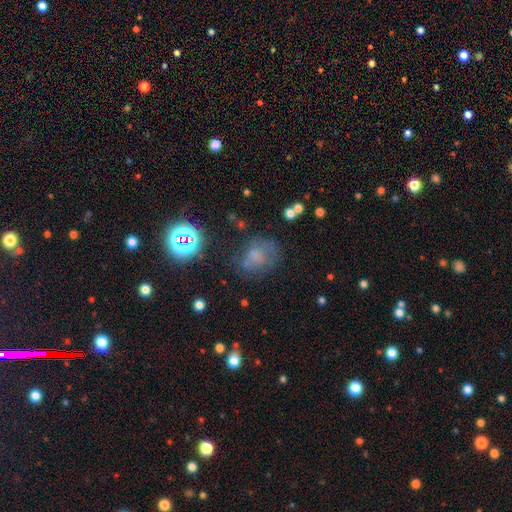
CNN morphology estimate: Smooth or featured? smooth (50%)
Merging? none (51%)